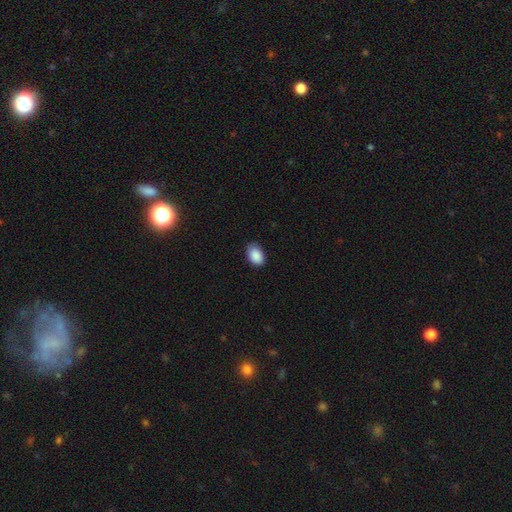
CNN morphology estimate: smooth_or_featured: smooth (p=0.90) [alt: star or artifact p=0.07]
how_rounded: in between (p=0.87) [alt: round p=0.12]
merging: none (p=0.81) [alt: minor disturbance p=0.16]